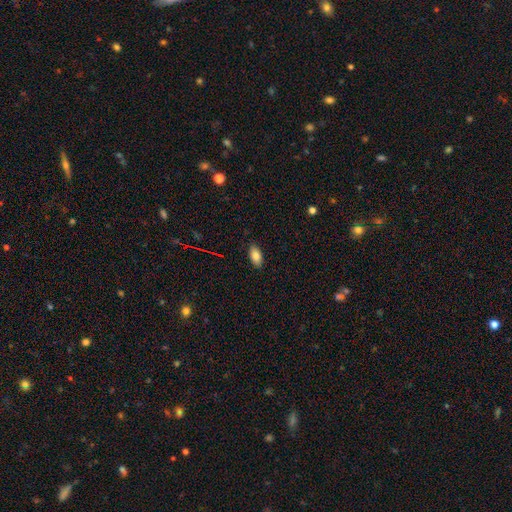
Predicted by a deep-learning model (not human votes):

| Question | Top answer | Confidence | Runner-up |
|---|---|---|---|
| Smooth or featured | smooth | 83% | featured or disk (9%) |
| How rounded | in between | 92% | cigar-shaped (4%) |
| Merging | none | 87% | minor disturbance (10%) |